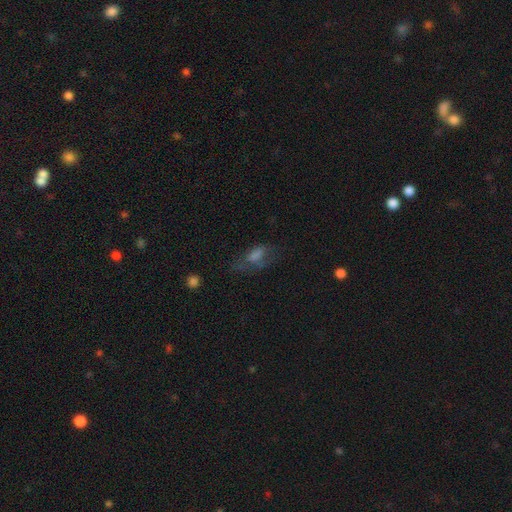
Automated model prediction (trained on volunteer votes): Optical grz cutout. It shows a smooth galaxy with no disk features (51%) that is in between round and cigar-shaped (78%). Merging: none (48%).